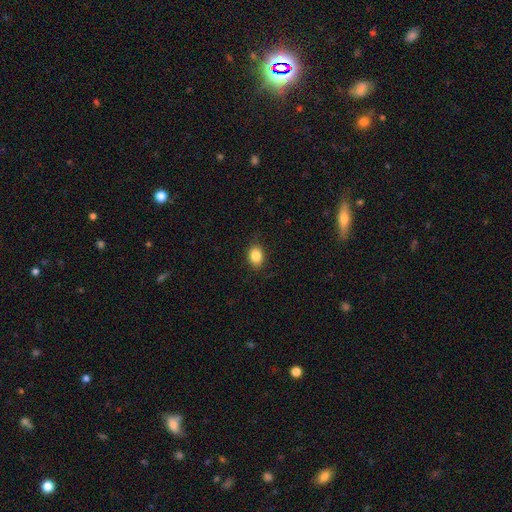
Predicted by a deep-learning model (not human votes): Smooth or featured?
  - smooth: 85% *
  - star or artifact: 10%
  - featured or disk: 6%
How rounded?
  - in between: 63% *
  - round: 36%
  - cigar-shaped: 1%
Merging?
  - none: 87% *
  - minor disturbance: 9%
  - major disturbance: 2%
  - merger: 1%